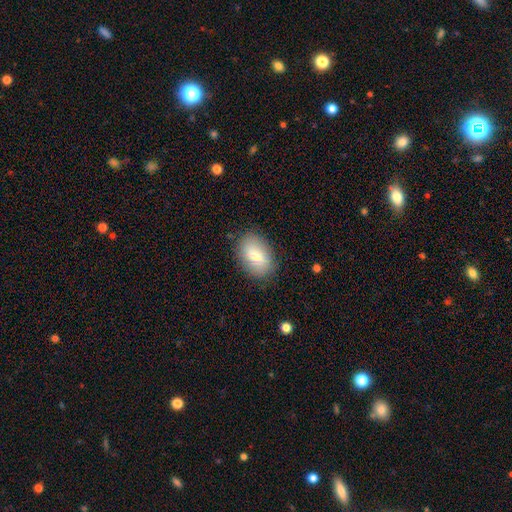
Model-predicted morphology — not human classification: smooth 75%, featured or disk 17%, star or artifact 8%. Down the decision tree: how rounded — in between (86%); merging — none (82%).